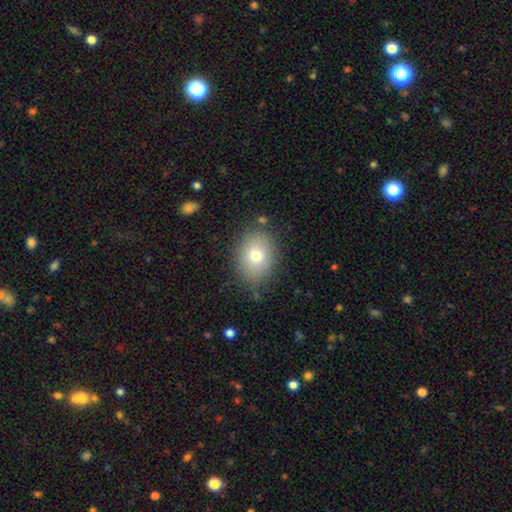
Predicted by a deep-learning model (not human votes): Morphology: type=smooth (76%); roundness=in between (67%); merging=none (81%).